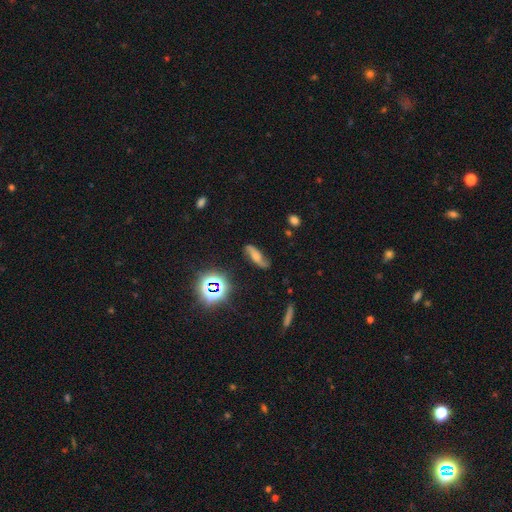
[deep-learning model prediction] Overall: featured or disk (51%; smooth 33%). Edge-on disk: no (84%). Merging: none (71%).